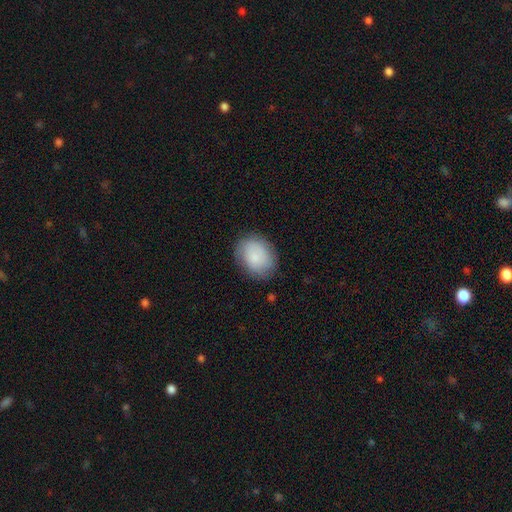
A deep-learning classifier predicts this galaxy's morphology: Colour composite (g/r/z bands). It shows a smooth galaxy with no disk features (81%) that is in between round and cigar-shaped (60%). Merging: none (79%).